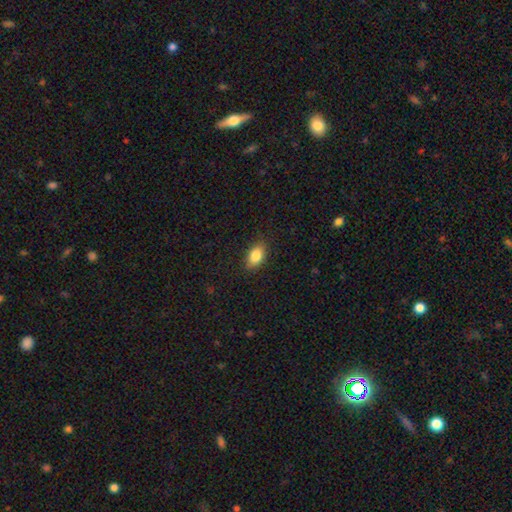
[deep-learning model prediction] A smooth galaxy with no disk features (84%) that is in between round and cigar-shaped (88%). Merging: none (84%).